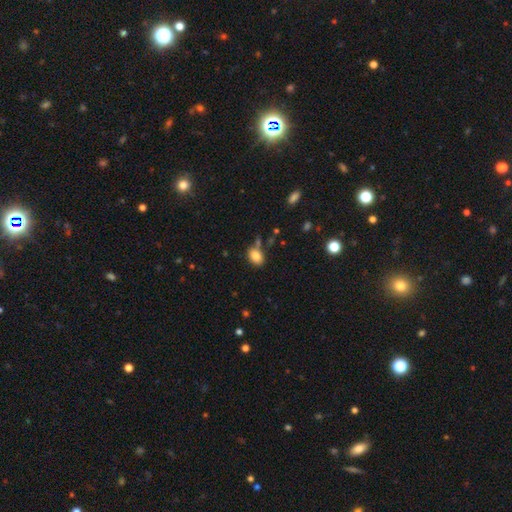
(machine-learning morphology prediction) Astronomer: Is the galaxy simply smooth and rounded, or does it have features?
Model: smooth — 84%.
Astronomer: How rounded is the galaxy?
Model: in between — 79%.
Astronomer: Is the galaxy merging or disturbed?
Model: none — 68%.